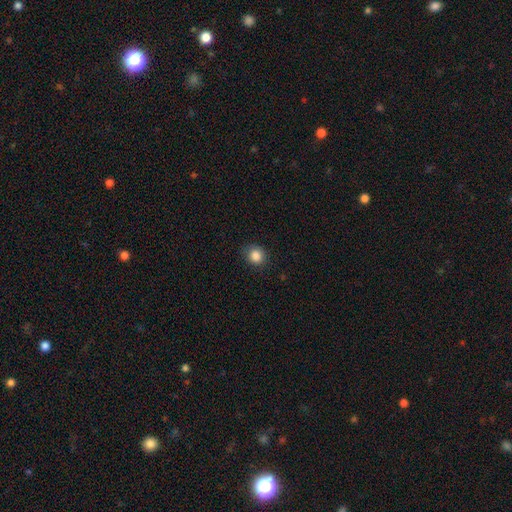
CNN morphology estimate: type=smooth (86%); roundness=round (83%); merging=none (82%).